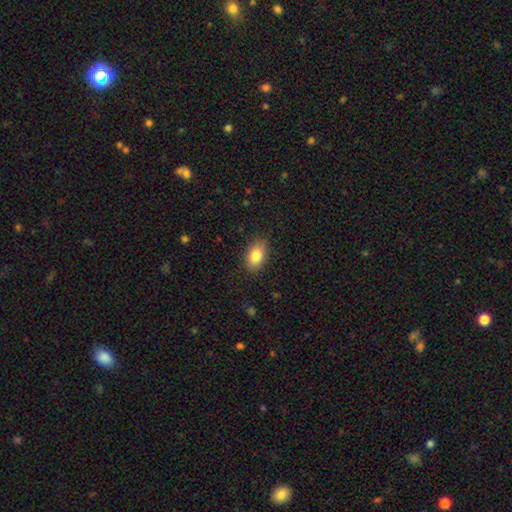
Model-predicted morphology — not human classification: The model was most divided on "smooth or featured": smooth: 83%, featured or disk: 9%, star or artifact: 8%. More confident: how rounded — in between (88%); merging — none (85%).